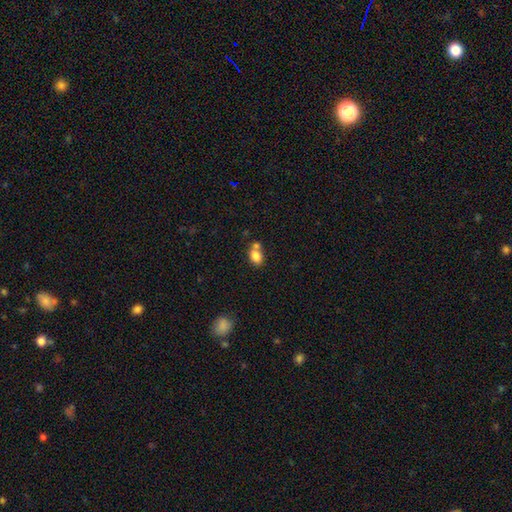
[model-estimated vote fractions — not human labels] smooth 80%, featured or disk 10%, star or artifact 10%. Down the decision tree: how rounded — in between (68%); merging — none (43%).